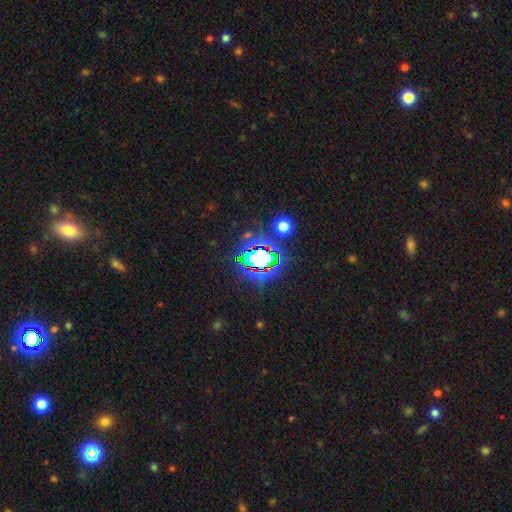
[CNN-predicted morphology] Smooth or featured? star or artifact (76%)